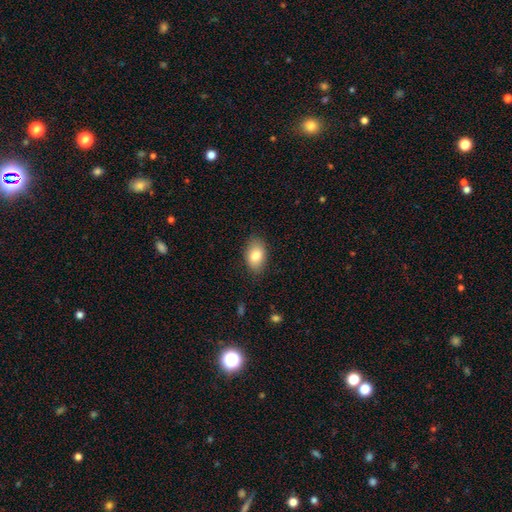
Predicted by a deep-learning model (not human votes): This appears to be a smooth galaxy with no disk features (81%) that is in between round and cigar-shaped (88%). Merging: none (84%).